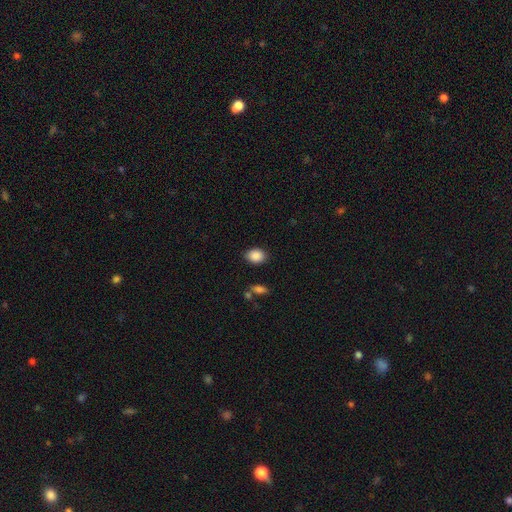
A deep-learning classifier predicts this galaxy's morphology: smooth_or_featured: smooth (p=0.89) [alt: star or artifact p=0.08]
how_rounded: in between (p=0.69) [alt: round p=0.30]
merging: none (p=0.86) [alt: minor disturbance p=0.10]